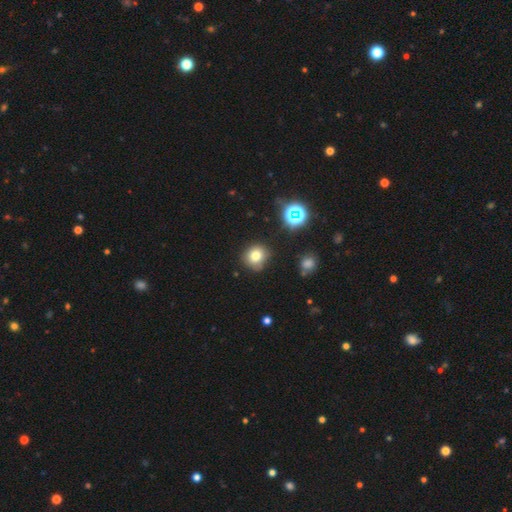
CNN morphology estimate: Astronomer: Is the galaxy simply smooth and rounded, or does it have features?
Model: smooth — 76%.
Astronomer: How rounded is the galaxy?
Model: round — 87%.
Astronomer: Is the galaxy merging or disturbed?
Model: none — 78%.